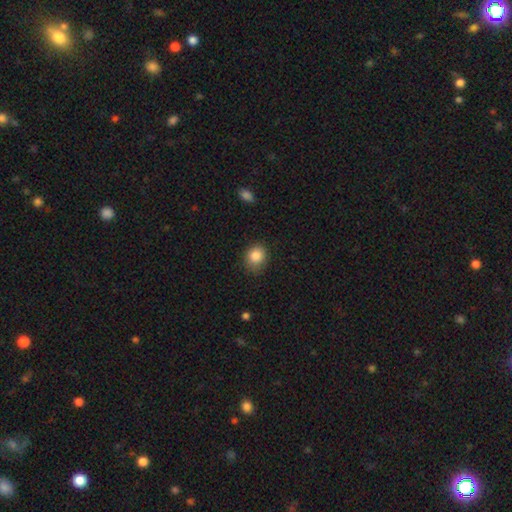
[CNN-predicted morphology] A smooth galaxy with no disk features (85%) that is round (69%).

Vote fractions:
- Smooth or featured? smooth: 85% / star or artifact: 9% / featured or disk: 5%
- How rounded? round: 69% / in between: 30% / cigar-shaped: 1%
- Merging? none: 79% / minor disturbance: 17% / major disturbance: 4% / merger: 1%